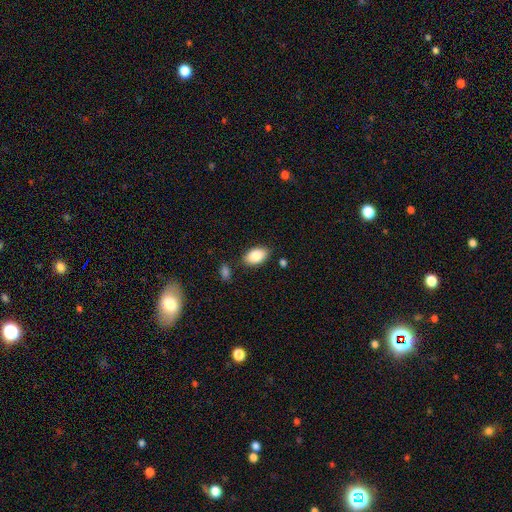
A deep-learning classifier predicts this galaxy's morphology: Q: Smooth or featured?
A: smooth (87%); runner-up: star or artifact (7%)
Q: How rounded?
A: in between (92%); runner-up: round (6%)
Q: Merging?
A: none (81%); runner-up: minor disturbance (13%)